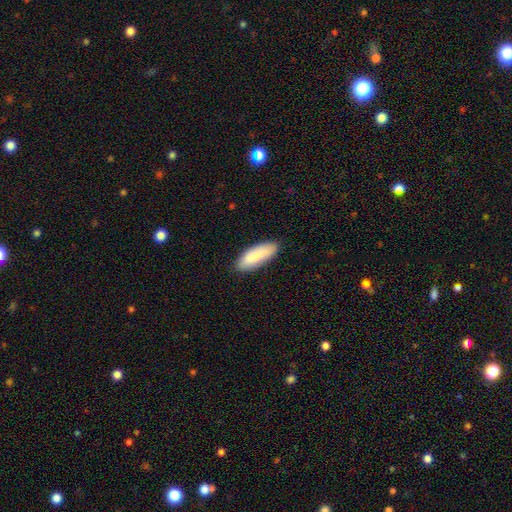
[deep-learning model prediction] A smooth galaxy with no disk features (87%) that is in between round and cigar-shaped (57%). Merging: none (87%).